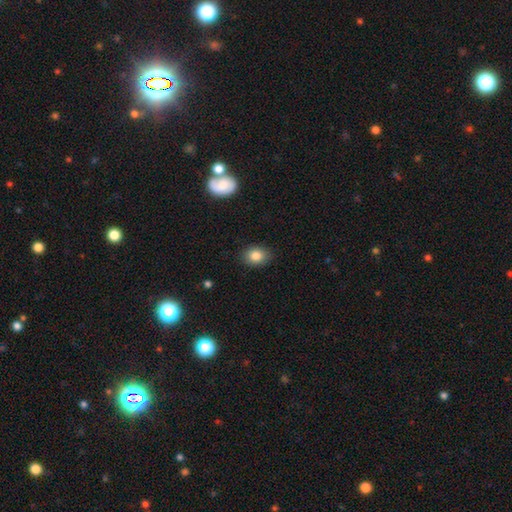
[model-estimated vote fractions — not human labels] smooth-or-featured: smooth: 85% | star or artifact: 9% | featured or disk: 7%
  how-rounded: in between: 69% | round: 30% | cigar-shaped: 1%
  merging: none: 86% | minor disturbance: 10% | major disturbance: 3% | merger: 1%